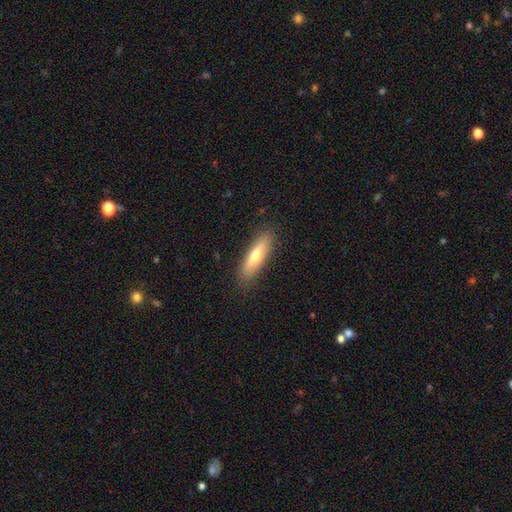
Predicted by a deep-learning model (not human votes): A smooth galaxy with no disk features (62%) that is cigar-shaped (69%).

Vote fractions:
- Smooth or featured? smooth: 62% / featured or disk: 32% / star or artifact: 6%
- How rounded? cigar-shaped: 69% / in between: 29% / round: 2%
- Merging? none: 87% / minor disturbance: 9% / major disturbance: 2% / merger: 1%